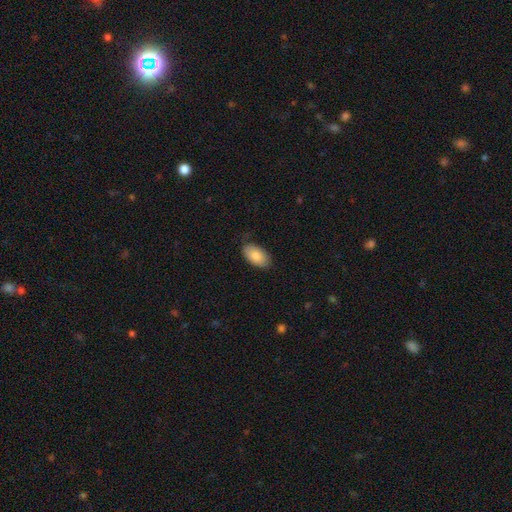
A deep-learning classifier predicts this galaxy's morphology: type=smooth (85%); roundness=in between (94%); merging=none (76%).